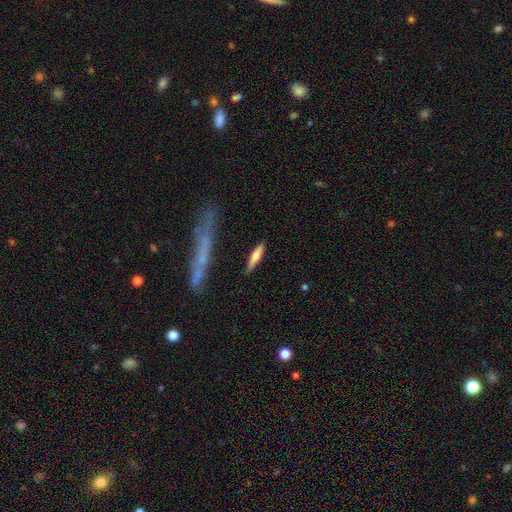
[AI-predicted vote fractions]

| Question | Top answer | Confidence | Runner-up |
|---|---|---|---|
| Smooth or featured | smooth | 67% | featured or disk (27%) |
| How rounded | cigar-shaped | 75% | in between (23%) |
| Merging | none | 83% | minor disturbance (11%) |